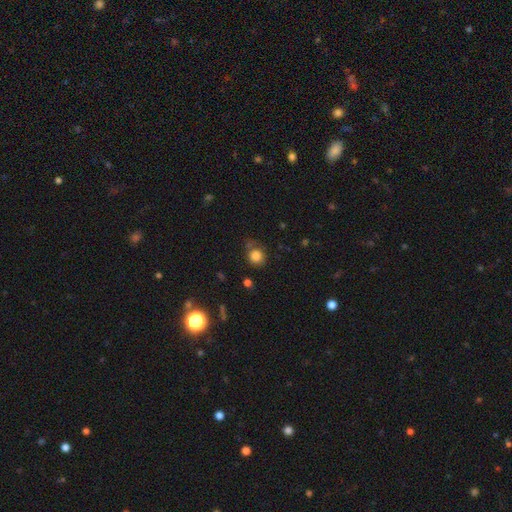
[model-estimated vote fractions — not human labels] Q: Smooth or featured?
A: smooth (81%); runner-up: star or artifact (11%)
Q: How rounded?
A: round (82%); runner-up: in between (17%)
Q: Merging?
A: none (63%); runner-up: minor disturbance (21%)